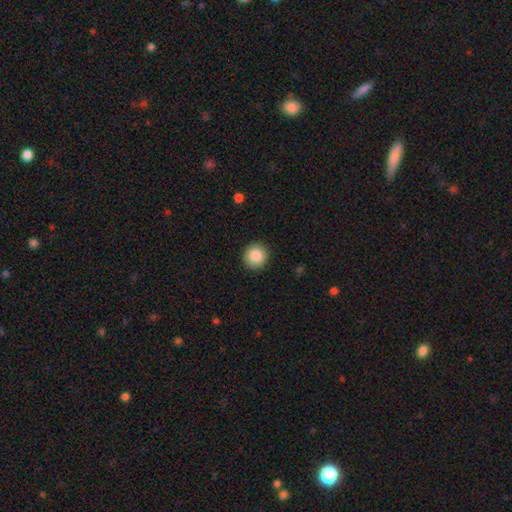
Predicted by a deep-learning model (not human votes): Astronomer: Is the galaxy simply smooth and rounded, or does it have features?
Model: smooth — 87%.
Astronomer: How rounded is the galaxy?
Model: round — 94%.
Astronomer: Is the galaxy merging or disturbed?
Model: none — 92%.